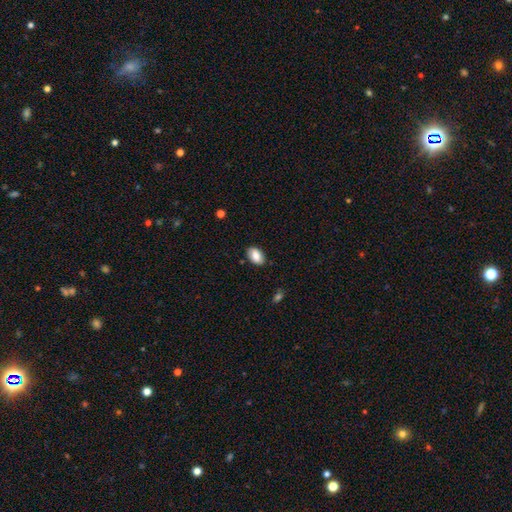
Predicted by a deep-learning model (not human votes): smooth-or-featured: smooth: 83% | featured or disk: 10% | star or artifact: 7%
  how-rounded: in between: 92% | round: 7% | cigar-shaped: 1%
  merging: none: 86% | minor disturbance: 11% | major disturbance: 2% | merger: 1%